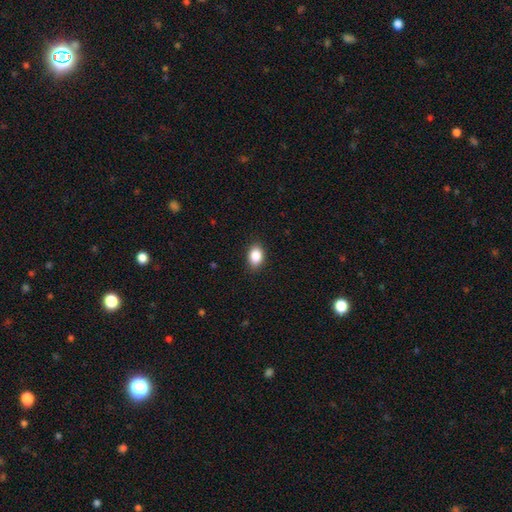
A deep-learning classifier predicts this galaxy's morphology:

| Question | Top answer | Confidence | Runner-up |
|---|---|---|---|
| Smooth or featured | smooth | 87% | star or artifact (8%) |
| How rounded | in between | 77% | round (21%) |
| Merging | none | 88% | minor disturbance (9%) |